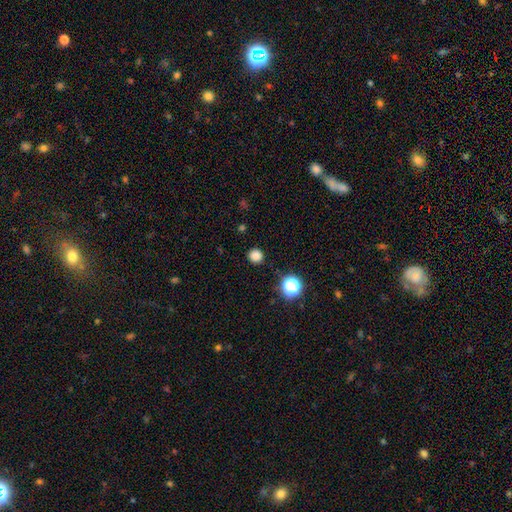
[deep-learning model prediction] The model was most divided on "smooth or featured": smooth: 82%, star or artifact: 15%, featured or disk: 3%. More confident: how rounded — round (94%); merging — none (91%).